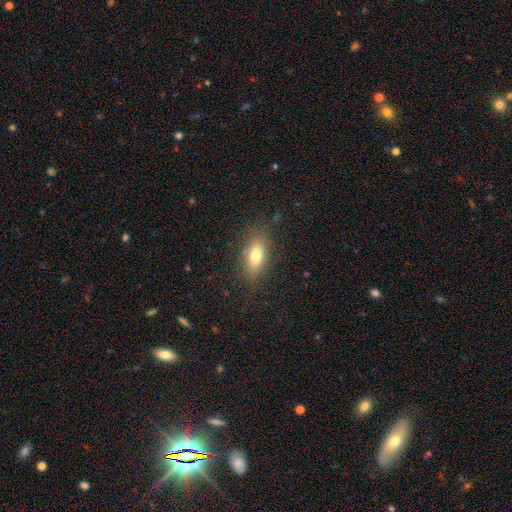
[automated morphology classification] This appears to be a smooth galaxy with no disk features (75%) that is in between round and cigar-shaped (79%). Merging: none (84%).